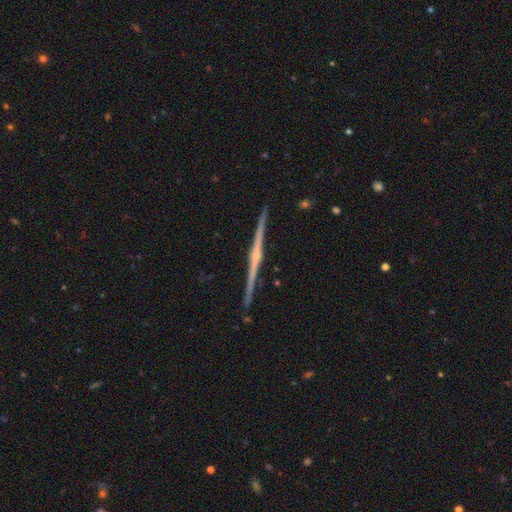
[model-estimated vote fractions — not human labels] The model was most divided on "edge-on bulge": rounded: 58%, none: 29%, boxy: 13%. More confident: edge-on disk — yes (99%); merging — none (92%); smooth or featured — featured or disk (84%).